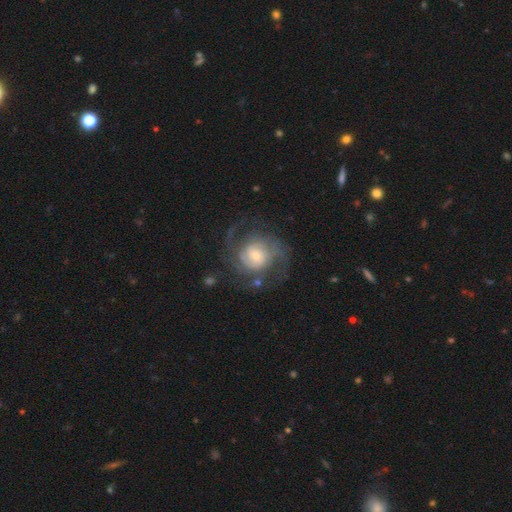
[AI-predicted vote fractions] A featured or disk galaxy (83%) with no bar (62%), 2 (39%) tight (43%) spiral arms (95%) and a small central bulge (54%).

Vote fractions:
- Smooth or featured? featured or disk: 83% / smooth: 10% / star or artifact: 6%
- Edge-on disk? no: 98% / yes: 2%
- Bar? no: 62% / weak: 32% / strong: 6%
- Spiral arms? yes: 95% / no: 5%
- Spiral winding? tight: 43% / medium: 42% / loose: 15%
- Spiral arm count? 2: 39% / can't tell: 22% / 3: 20% / 4: 8% / 1: 6% / more than 4: 5%
- Bulge size? small: 54% / moderate: 32% / large: 9% / none: 2% / dominant: 2%
- Merging? none: 67% / major disturbance: 16% / minor disturbance: 15% / merger: 2%